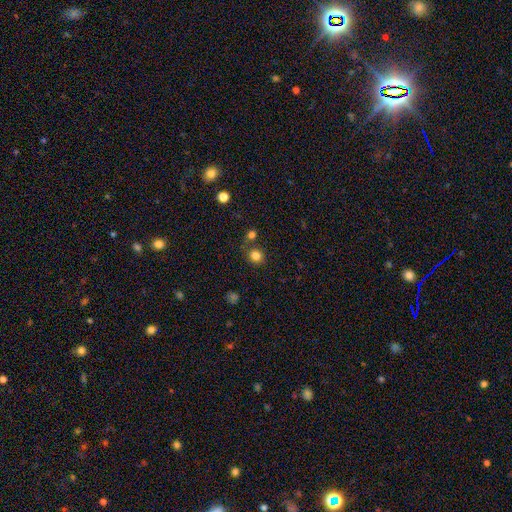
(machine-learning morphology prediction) type=smooth (82%); roundness=round (85%); merging=none (69%).